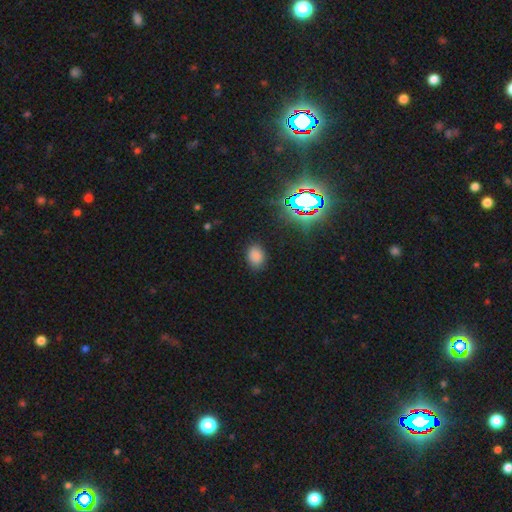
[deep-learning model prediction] Smooth or featured? Predicted: smooth (p=0.77). How rounded? Predicted: in between (p=0.70). Merging? Predicted: none (p=0.83).